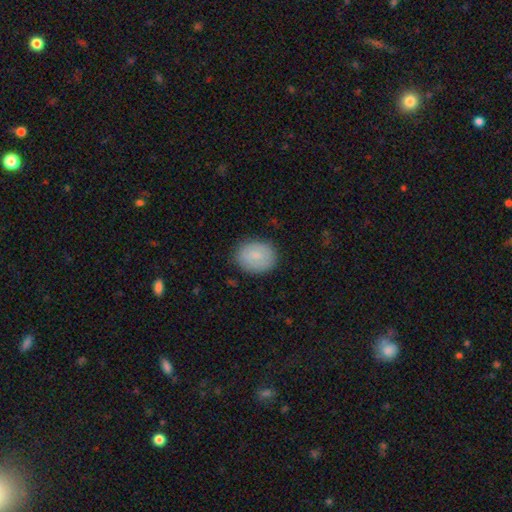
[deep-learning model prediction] Smooth or featured?
  - smooth: 80% *
  - featured or disk: 13%
  - star or artifact: 7%
How rounded?
  - in between: 55% *
  - round: 44%
  - cigar-shaped: 1%
Merging?
  - none: 84% *
  - minor disturbance: 12%
  - major disturbance: 3%
  - merger: 1%